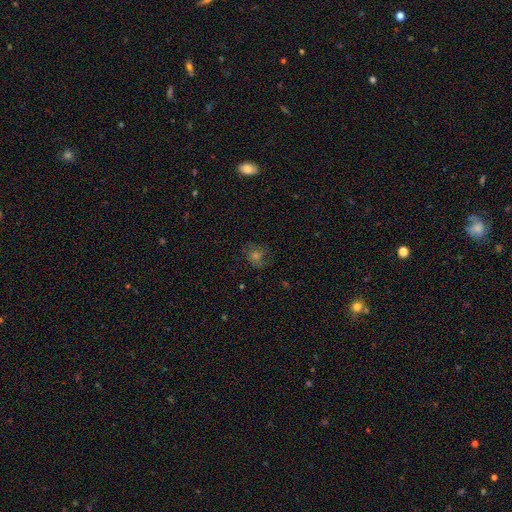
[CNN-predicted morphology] smooth-or-featured: featured or disk: 39% | smooth: 35% | star or artifact: 26%
  merging: none: 75% | minor disturbance: 15% | major disturbance: 8% | merger: 1%